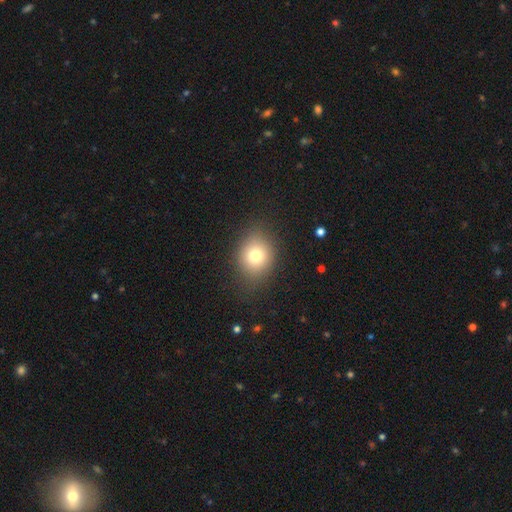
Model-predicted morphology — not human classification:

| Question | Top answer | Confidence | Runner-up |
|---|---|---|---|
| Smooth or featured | smooth | 75% | star or artifact (13%) |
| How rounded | round | 63% | in between (36%) |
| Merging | none | 81% | minor disturbance (13%) |